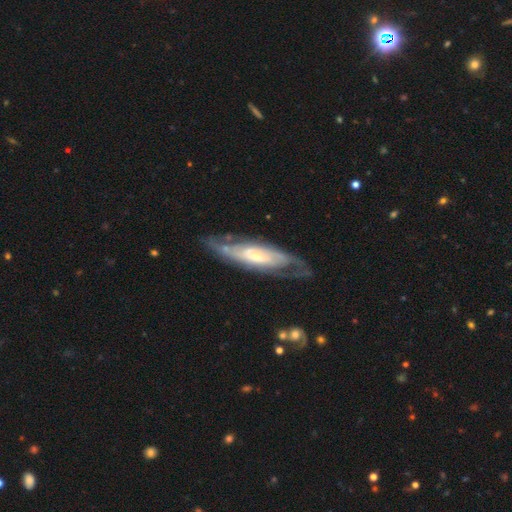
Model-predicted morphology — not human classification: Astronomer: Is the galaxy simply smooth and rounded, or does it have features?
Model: featured or disk — 77%.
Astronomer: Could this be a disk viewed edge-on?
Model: no — 73%.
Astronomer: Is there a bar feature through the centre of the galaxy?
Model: no — 64%.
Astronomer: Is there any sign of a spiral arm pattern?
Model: yes — 82%.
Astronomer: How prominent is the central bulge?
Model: small — 53% (runner-up: moderate, 36%).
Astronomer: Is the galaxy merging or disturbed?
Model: none — 66%.